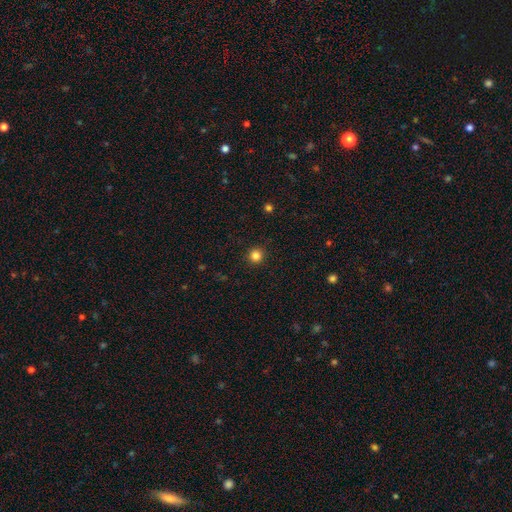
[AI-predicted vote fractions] A smooth galaxy with no disk features (84%) that is round (95%). Merging: none (92%).